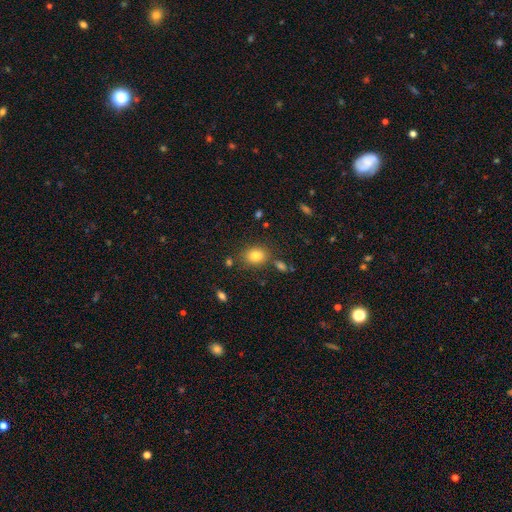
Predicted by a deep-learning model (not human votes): Q: Smooth or featured?
A: smooth (82%); runner-up: star or artifact (10%)
Q: How rounded?
A: in between (60%); runner-up: round (39%)
Q: Merging?
A: none (77%); runner-up: minor disturbance (13%)